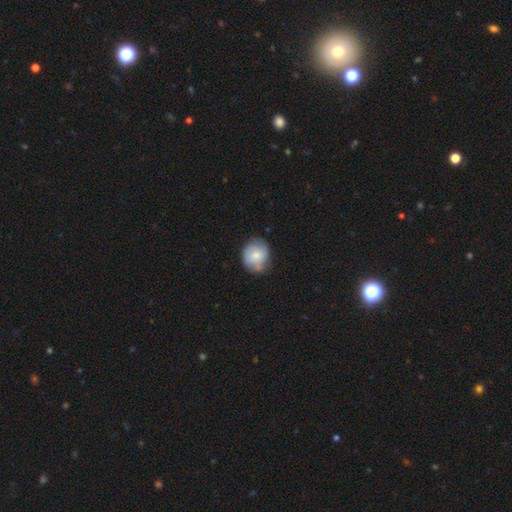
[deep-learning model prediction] A smooth galaxy with no disk features (72%) that is round (70%).

Vote fractions:
- Smooth or featured? smooth: 72% / featured or disk: 22% / star or artifact: 7%
- How rounded? round: 70% / in between: 29% / cigar-shaped: 1%
- Merging? none: 64% / minor disturbance: 28% / major disturbance: 5% / merger: 2%